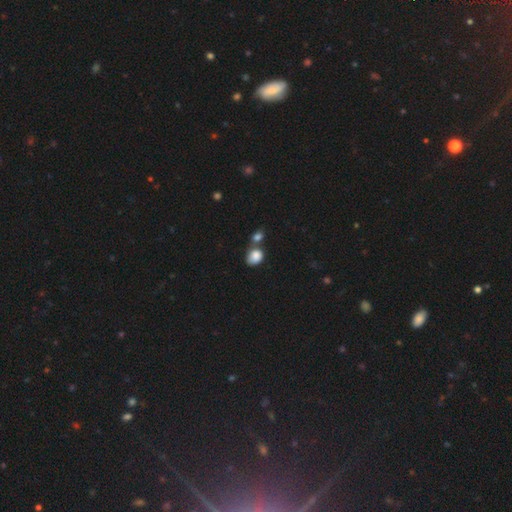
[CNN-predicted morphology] Smooth or featured? Predicted: smooth (p=0.86). How rounded? Predicted: in between (p=0.62). Merging? Predicted: merger (p=0.42).